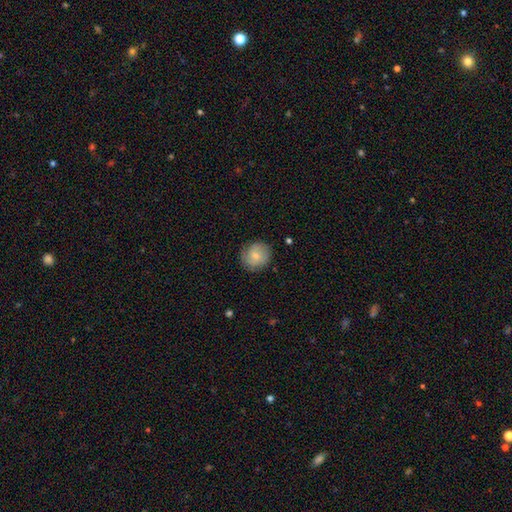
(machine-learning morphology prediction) Smooth or featured: smooth — 73% (featured or disk — 20%)
How rounded: round — 85% (in between — 14%)
Merging: none — 80% (minor disturbance — 15%)